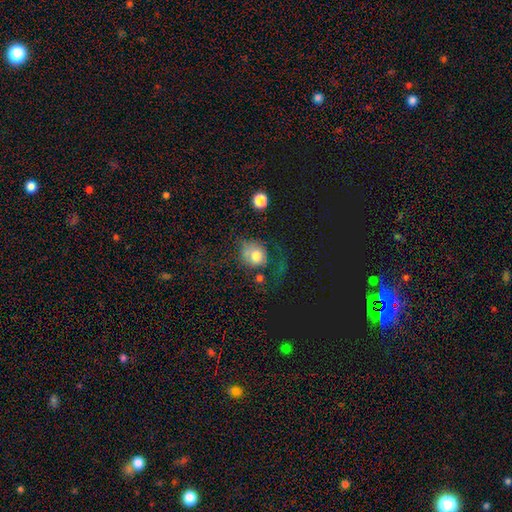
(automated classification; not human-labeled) smooth_or_featured: smooth (p=0.69) [alt: featured or disk p=0.20]
how_rounded: round (p=0.75) [alt: in between p=0.24]
merging: major disturbance (p=0.39) [alt: none p=0.33]